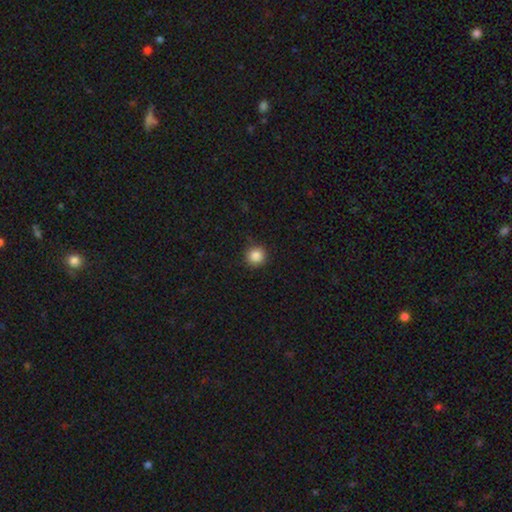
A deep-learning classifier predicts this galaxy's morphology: The model was most divided on "smooth or featured": smooth: 87%, star or artifact: 10%, featured or disk: 3%. More confident: how rounded — round (94%); merging — none (90%).